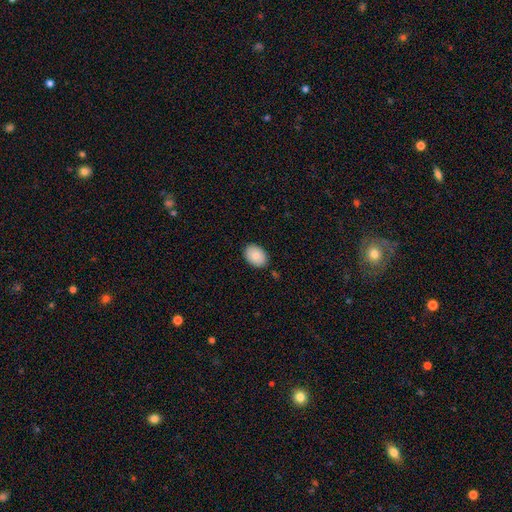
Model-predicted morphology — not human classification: The model was most divided on "how rounded": in between: 82%, round: 17%, cigar-shaped: 1%. More confident: merging — none (87%); smooth or featured — smooth (85%).